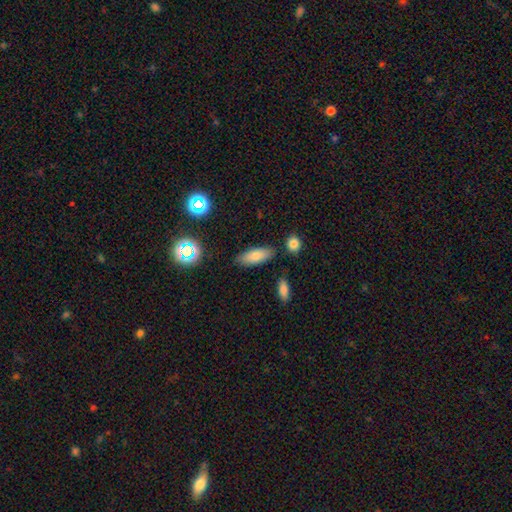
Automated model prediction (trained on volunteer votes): smooth_or_featured: smooth (p=0.79) [alt: featured or disk p=0.11]
how_rounded: in between (p=0.77) [alt: cigar-shaped p=0.21]
merging: none (p=0.82) [alt: minor disturbance p=0.11]